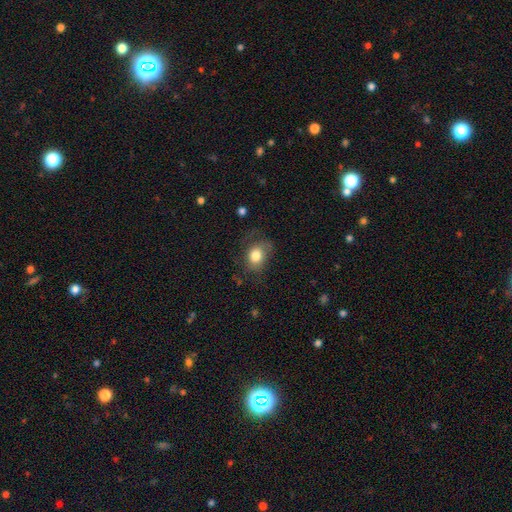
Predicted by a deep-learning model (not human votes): Overall: smooth (78%). How rounded: in between (56%; round 43%). Merging: none (56%; minor disturbance 26%).